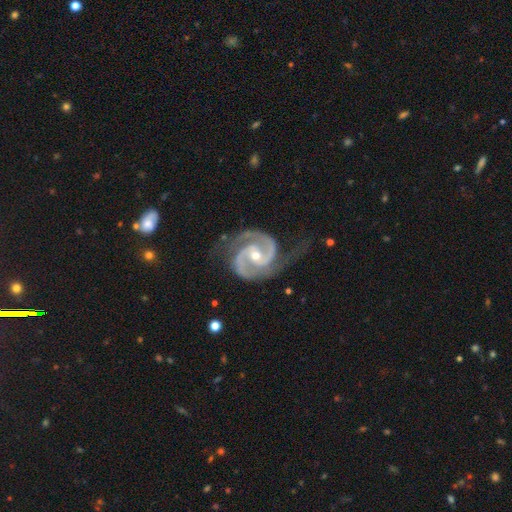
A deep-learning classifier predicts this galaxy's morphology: The model was most divided on "bulge size" (2-way tie): moderate: 49%, small: 49%, large: 1%, none: 1%, dominant: 1%. Remaining: spiral arms — yes (99%); edge-on disk — no (98%); smooth or featured — featured or disk (94%); spiral arm count — 2 (93%); merging — none (67%); spiral winding — medium (56%); bar — no (43%).